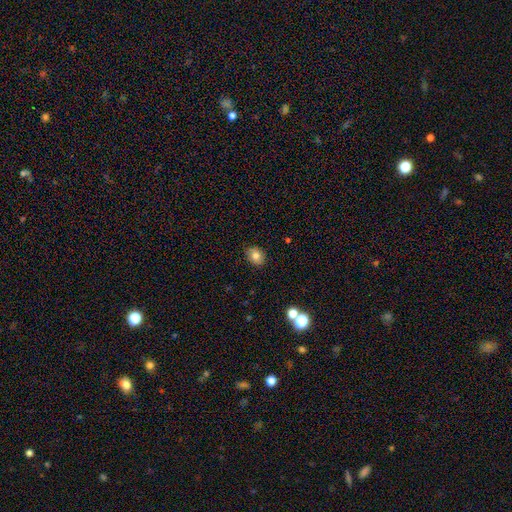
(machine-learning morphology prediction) smooth_or_featured: smooth (p=0.79) [alt: star or artifact p=0.11]
how_rounded: in between (p=0.53) [alt: round p=0.46]
merging: none (p=0.85) [alt: minor disturbance p=0.11]